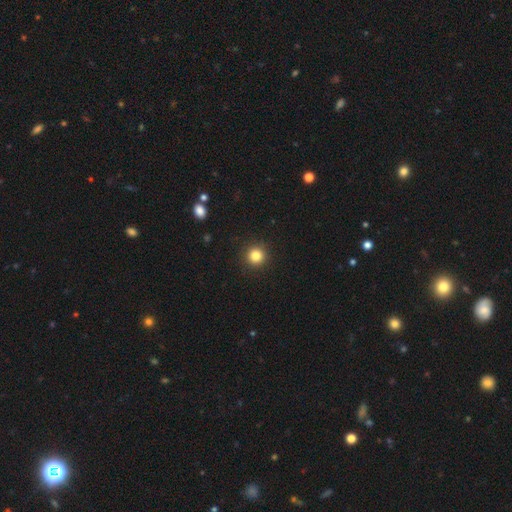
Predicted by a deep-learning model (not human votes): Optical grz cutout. It shows a smooth galaxy with no disk features (84%) that is round (95%). Merging: none (92%).